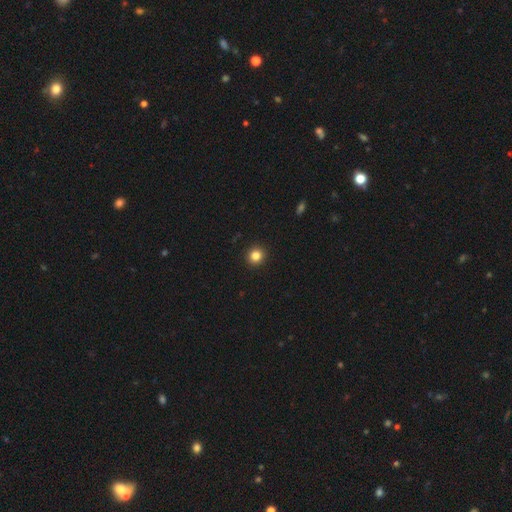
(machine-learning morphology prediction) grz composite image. It shows a smooth galaxy with no disk features (84%) that is round (93%). Merging: none (93%).